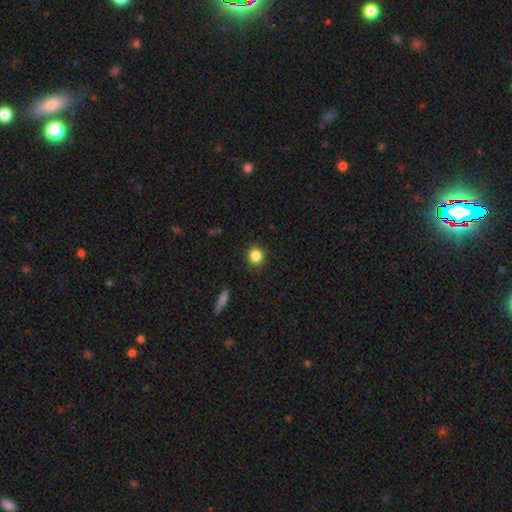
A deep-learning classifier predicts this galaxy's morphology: smooth_or_featured: smooth (p=0.85) [alt: star or artifact p=0.10]
how_rounded: round (p=0.87) [alt: in between p=0.12]
merging: none (p=0.90) [alt: minor disturbance p=0.07]